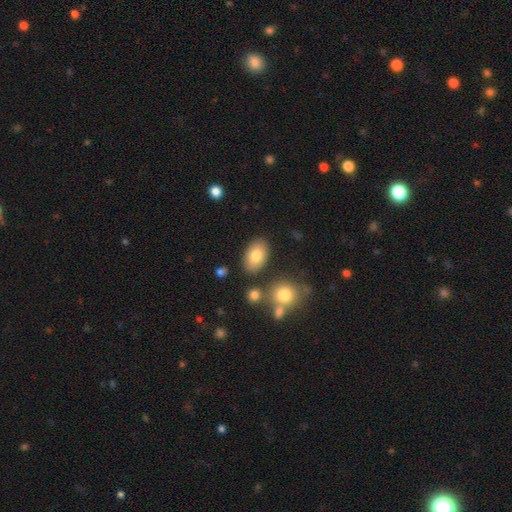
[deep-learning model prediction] This appears to be a smooth galaxy with no disk features (80%) that is in between round and cigar-shaped (90%). Merging: none (81%).